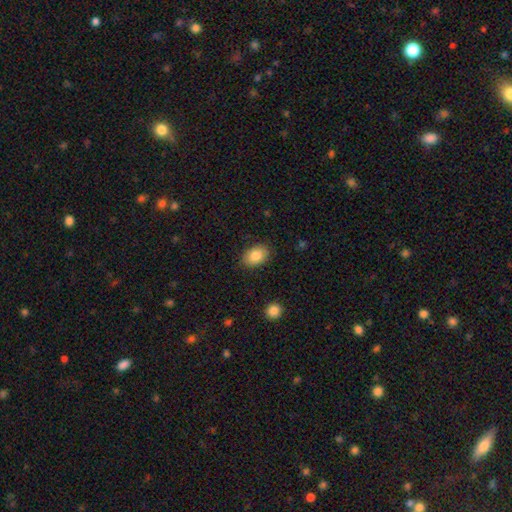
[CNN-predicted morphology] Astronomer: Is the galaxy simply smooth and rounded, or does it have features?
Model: smooth — 86%.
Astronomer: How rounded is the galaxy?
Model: in between — 84%.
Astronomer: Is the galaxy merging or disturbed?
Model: none — 85%.